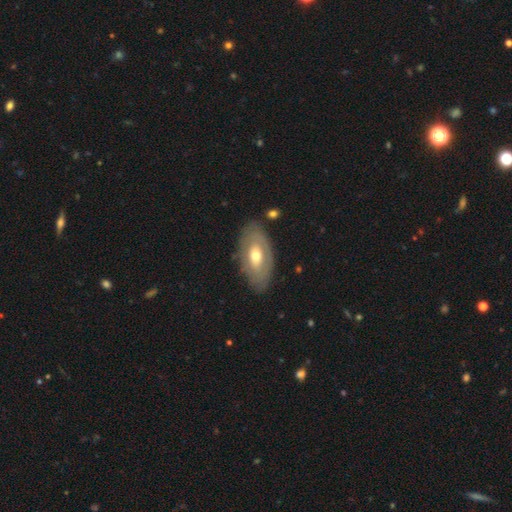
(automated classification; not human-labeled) Smooth or featured? featured or disk (53%)
Edge-on disk? no (87%)
Merging? none (79%)